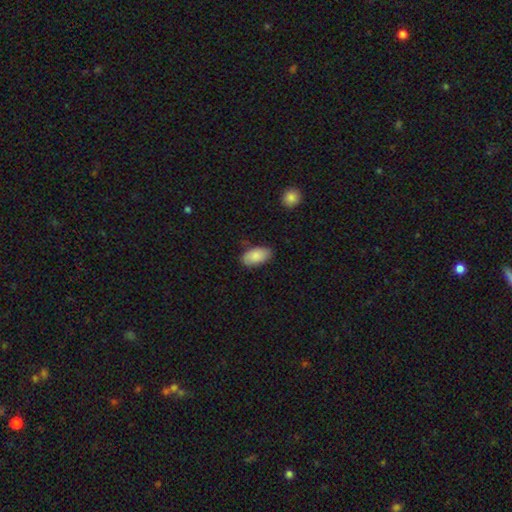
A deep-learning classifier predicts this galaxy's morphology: A smooth galaxy with no disk features (81%) that is in between round and cigar-shaped (94%).

Vote fractions:
- Smooth or featured? smooth: 81% / featured or disk: 13% / star or artifact: 6%
- How rounded? in between: 94% / round: 3% / cigar-shaped: 2%
- Merging? none: 75% / minor disturbance: 19% / major disturbance: 4% / merger: 2%